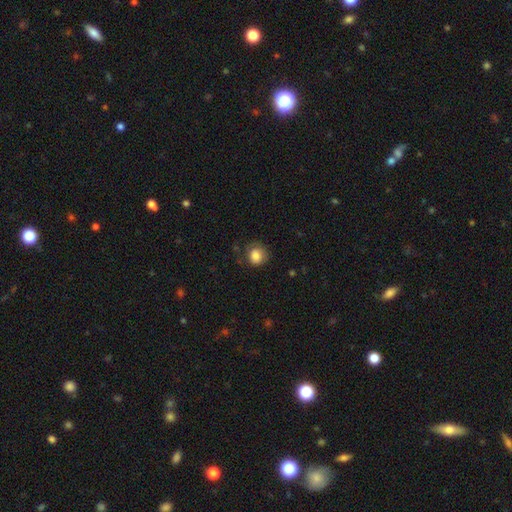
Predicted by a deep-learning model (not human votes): smooth_or_featured: smooth (p=0.81) [alt: featured or disk p=0.11]
how_rounded: round (p=0.82) [alt: in between p=0.17]
merging: none (p=0.67) [alt: minor disturbance p=0.22]